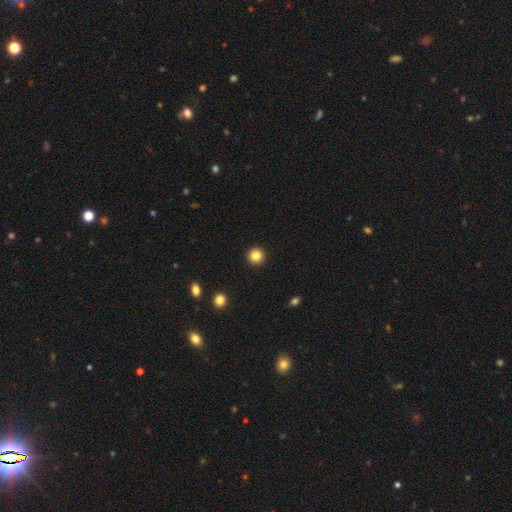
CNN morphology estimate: Smooth or featured? smooth (85%)
How rounded? round (96%)
Merging? none (93%)